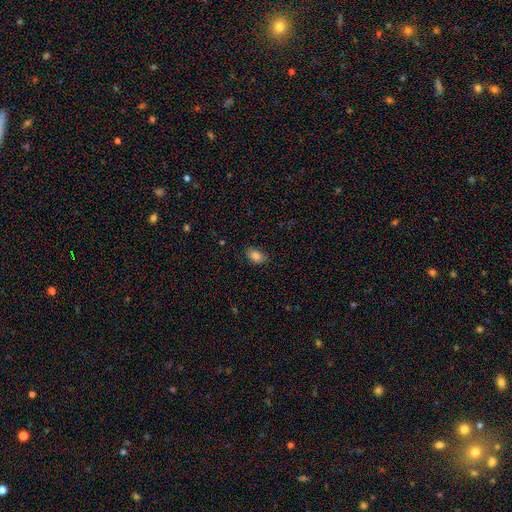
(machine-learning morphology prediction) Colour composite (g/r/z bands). It shows a smooth galaxy with no disk features (85%) that is in between round and cigar-shaped (85%). Merging: none (85%).